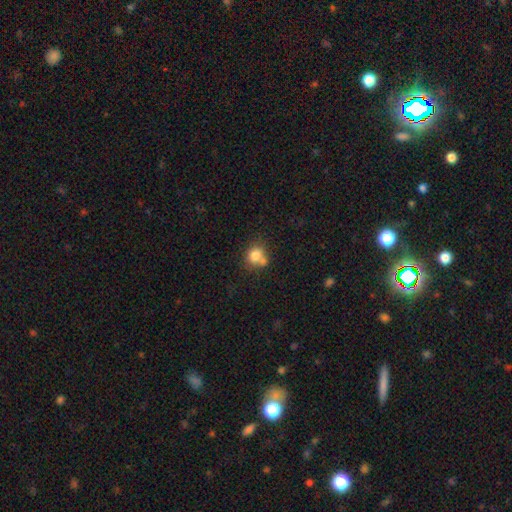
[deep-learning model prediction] smooth 79%, star or artifact 11%, featured or disk 10%. Down the decision tree: how rounded — round (74%); merging — none (51%).